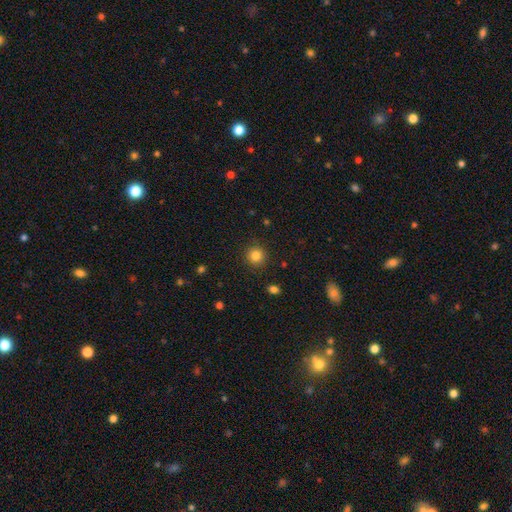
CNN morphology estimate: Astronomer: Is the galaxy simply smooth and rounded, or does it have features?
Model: smooth — 84%.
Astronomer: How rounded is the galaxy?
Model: round — 92%.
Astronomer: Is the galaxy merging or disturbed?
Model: none — 90%.